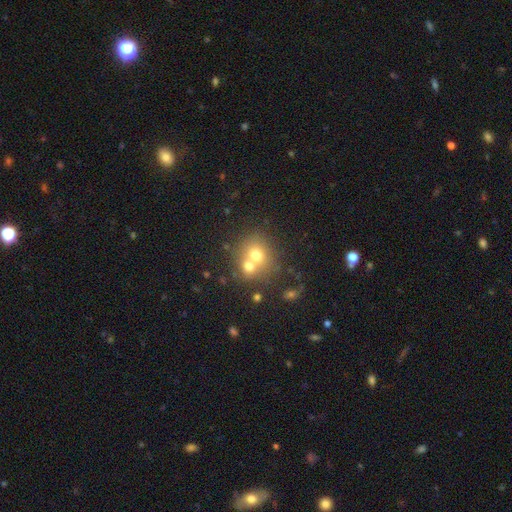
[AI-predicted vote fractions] Smooth or featured?
  - smooth: 66% *
  - featured or disk: 20%
  - star or artifact: 13%
How rounded?
  - round: 75% *
  - in between: 25%
  - cigar-shaped: 1%
Merging?
  - merger: 57% *
  - none: 33%
  - minor disturbance: 7%
  - major disturbance: 3%